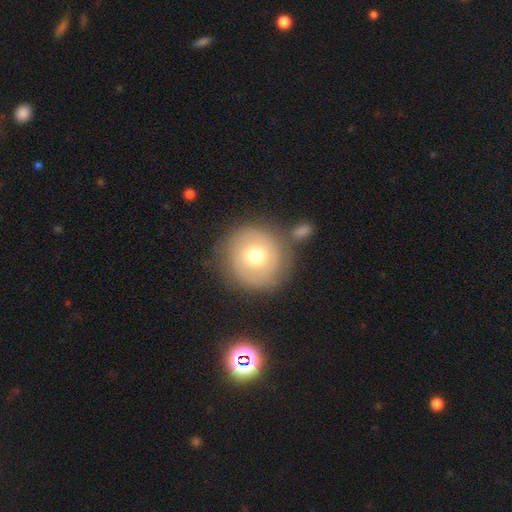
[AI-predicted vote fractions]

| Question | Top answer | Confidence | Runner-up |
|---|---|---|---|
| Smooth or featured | smooth | 63% | featured or disk (29%) |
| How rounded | round | 92% | in between (7%) |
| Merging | none | 69% | minor disturbance (14%) |